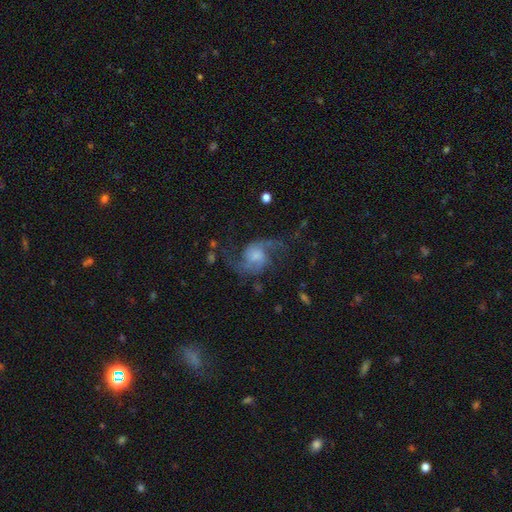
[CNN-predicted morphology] The model was most divided on "bulge size": small: 42%, moderate: 32%, none: 13%, large: 10%, dominant: 3%. More confident: edge-on disk — no (98%); spiral arms — yes (96%); spiral arm count — 2 (89%); smooth or featured — featured or disk (82%); merging — none (62%); bar — no (59%); spiral winding — loose (59%).